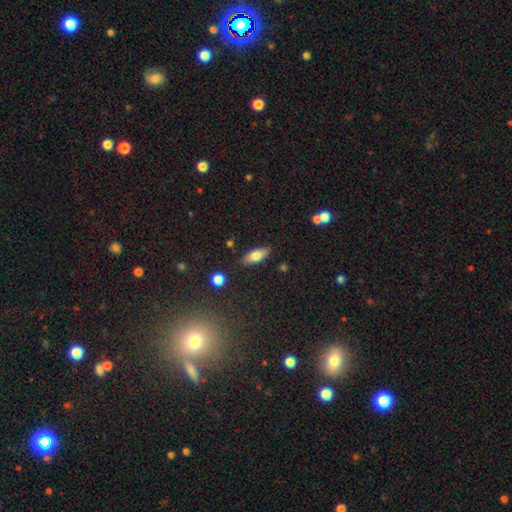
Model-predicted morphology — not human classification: A smooth galaxy with no disk features (77%) that is in between round and cigar-shaped (81%).

Vote fractions:
- Smooth or featured? smooth: 77% / featured or disk: 16% / star or artifact: 7%
- How rounded? in between: 81% / cigar-shaped: 17% / round: 3%
- Merging? none: 85% / minor disturbance: 10% / major disturbance: 2% / merger: 2%